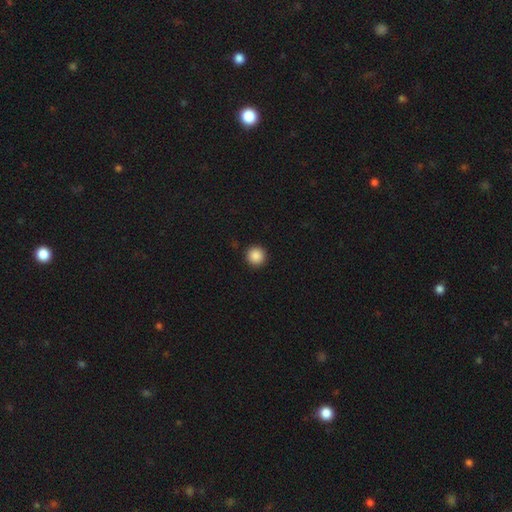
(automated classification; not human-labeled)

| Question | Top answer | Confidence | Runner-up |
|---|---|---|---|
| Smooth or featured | smooth | 88% | star or artifact (9%) |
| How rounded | round | 96% | in between (3%) |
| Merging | none | 93% | minor disturbance (4%) |